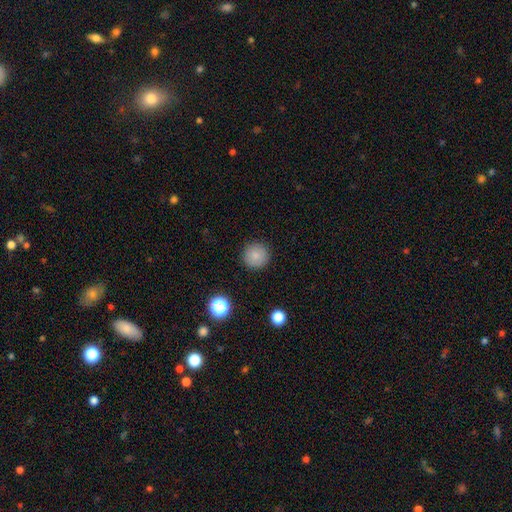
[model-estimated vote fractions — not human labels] A smooth galaxy with no disk features (85%) that is round (96%). Merging: none (92%).